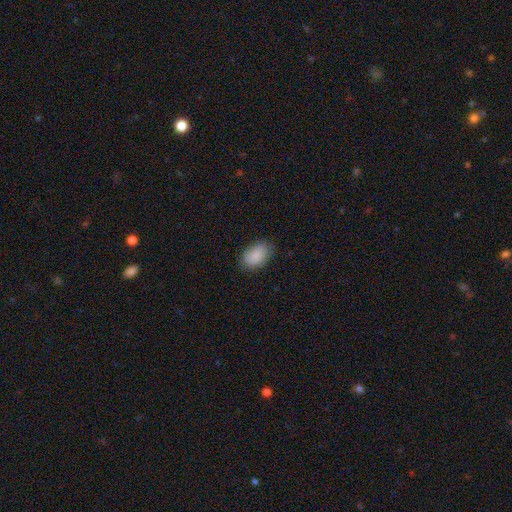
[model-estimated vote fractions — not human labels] smooth 86%, featured or disk 7%, star or artifact 7%. Down the decision tree: how rounded — in between (90%); merging — none (79%).